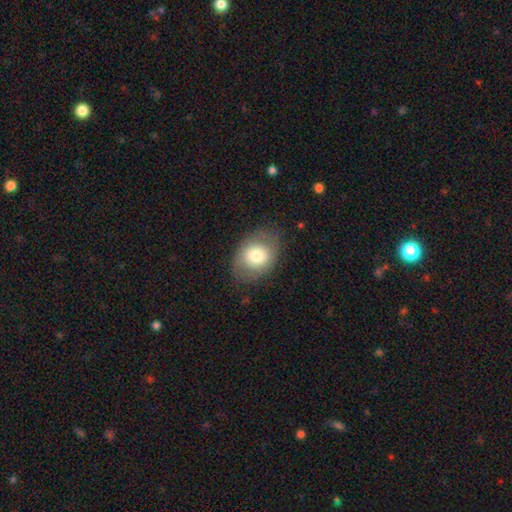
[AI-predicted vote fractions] Smooth or featured?
  - smooth: 69% *
  - featured or disk: 23%
  - star or artifact: 8%
How rounded?
  - in between: 65% *
  - round: 34%
  - cigar-shaped: 1%
Merging?
  - none: 79% *
  - minor disturbance: 15%
  - major disturbance: 6%
  - merger: 1%